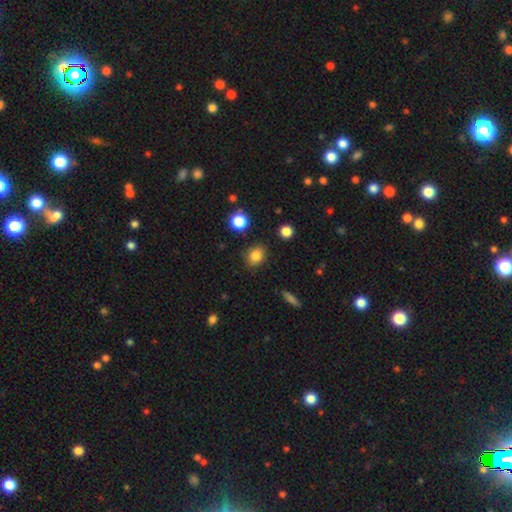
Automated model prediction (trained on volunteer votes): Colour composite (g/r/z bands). It shows a smooth galaxy with no disk features (83%) that is round (57%). Merging: none (85%).